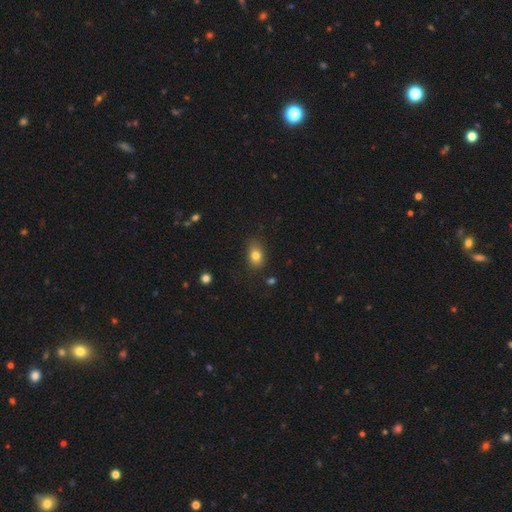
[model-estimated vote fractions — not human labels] A smooth galaxy with no disk features (80%) that is in between round and cigar-shaped (74%).

Vote fractions:
- Smooth or featured? smooth: 80% / star or artifact: 10% / featured or disk: 9%
- How rounded? in between: 74% / round: 25% / cigar-shaped: 1%
- Merging? none: 79% / minor disturbance: 16% / major disturbance: 3% / merger: 2%